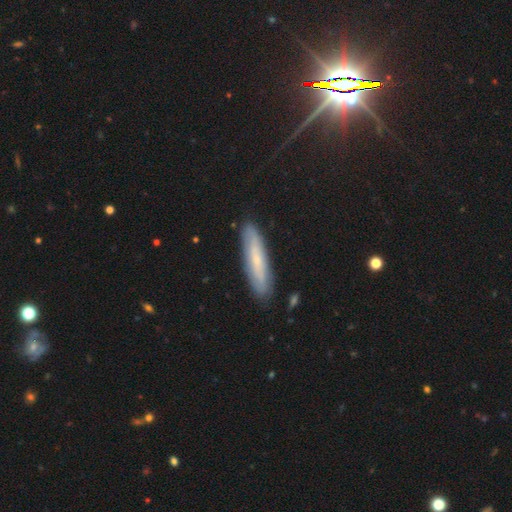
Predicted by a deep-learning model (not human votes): A smooth galaxy with no disk features (50%).

Vote fractions:
- Smooth or featured? smooth: 50% / featured or disk: 35% / star or artifact: 16%
- Merging? none: 85% / minor disturbance: 11% / major disturbance: 2% / merger: 1%